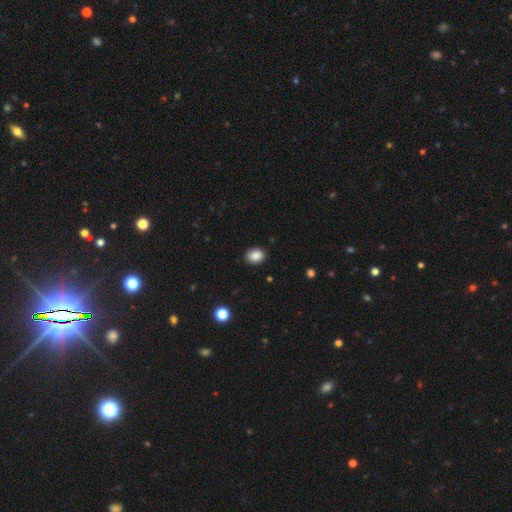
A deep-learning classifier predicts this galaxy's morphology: Smooth or featured: smooth — 88% (star or artifact — 9%)
How rounded: in between — 60% (round — 39%)
Merging: none — 88% (minor disturbance — 9%)